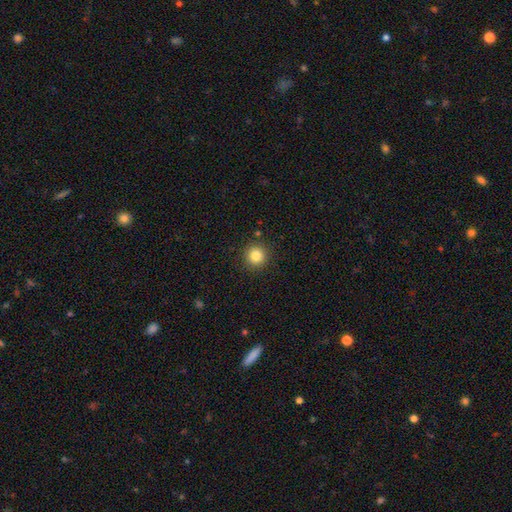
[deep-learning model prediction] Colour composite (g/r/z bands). It shows a smooth galaxy with no disk features (83%) that is round (94%). Merging: none (91%).